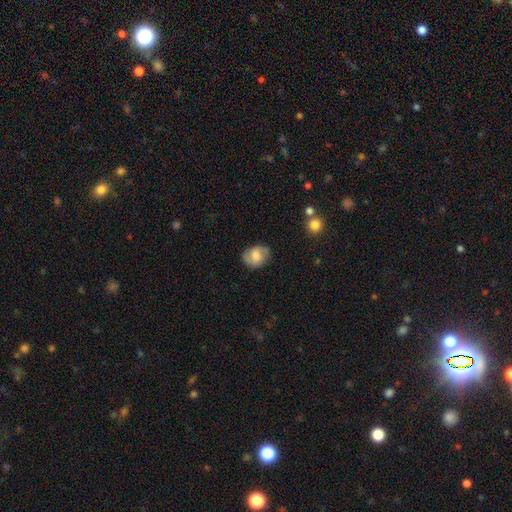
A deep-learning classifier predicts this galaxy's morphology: Q: Smooth or featured?
A: smooth (53%); runner-up: featured or disk (39%)
Q: How rounded?
A: in between (53%); runner-up: round (46%)
Q: Merging?
A: none (75%); runner-up: minor disturbance (18%)